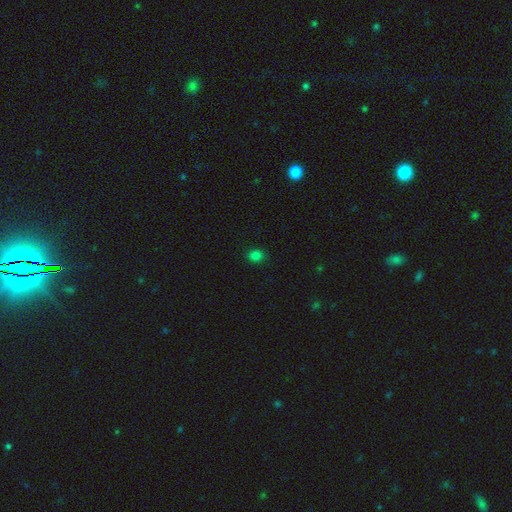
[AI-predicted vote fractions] This is likely a smooth galaxy (80%). How rounded: likely round (65%). Merging: clearly none (89%).